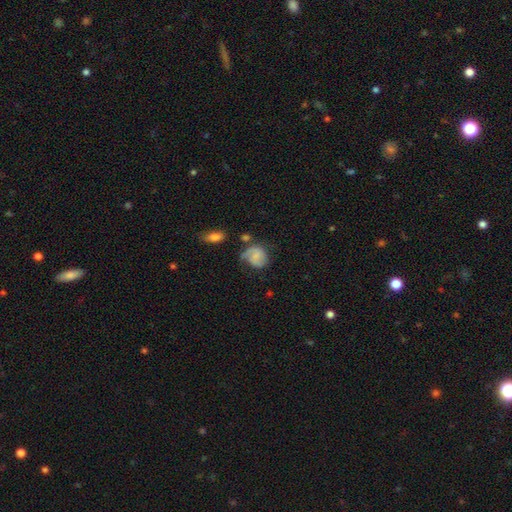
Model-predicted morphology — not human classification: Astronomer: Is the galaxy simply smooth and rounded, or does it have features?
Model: smooth — 47% (runner-up: featured or disk, 44%).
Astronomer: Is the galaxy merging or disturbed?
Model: none — 44% (runner-up: minor disturbance, 28%).